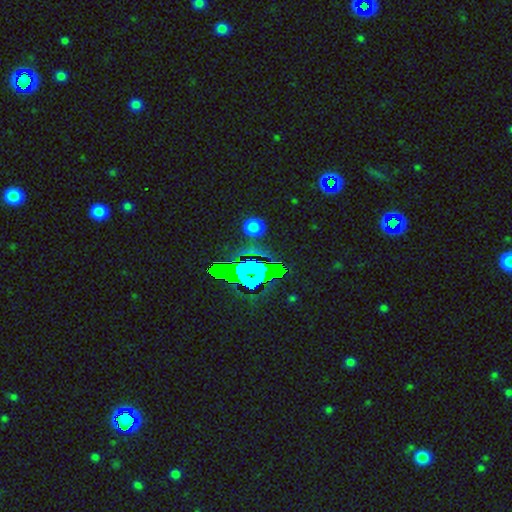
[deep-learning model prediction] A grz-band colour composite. It shows a star or artifact, not a galaxy (80%).